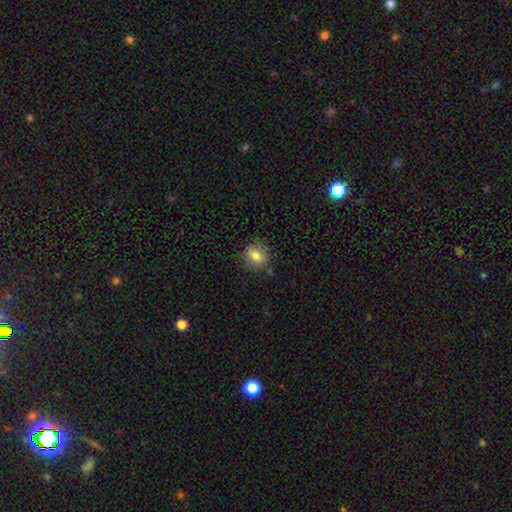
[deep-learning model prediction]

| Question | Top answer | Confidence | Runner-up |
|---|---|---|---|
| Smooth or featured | smooth | 79% | featured or disk (11%) |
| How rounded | round | 61% | in between (37%) |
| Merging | none | 79% | minor disturbance (15%) |